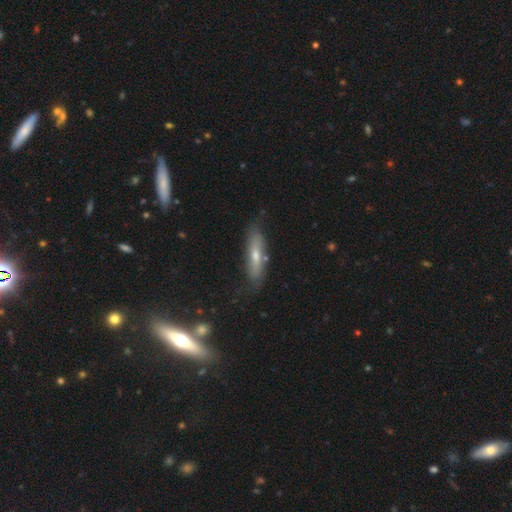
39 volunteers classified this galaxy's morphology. Q: Smooth or featured?
A: featured or disk (56%); runner-up: smooth (38%)
Q: Edge-on disk?
A: yes (86%); runner-up: no (14%)
Q: Edge-on bulge?
A: rounded (84%); runner-up: boxy (11%)
Q: Merging?
A: none (78%); runner-up: minor disturbance (19%)